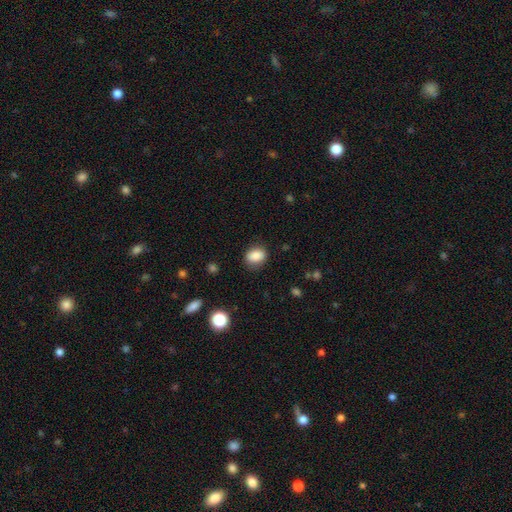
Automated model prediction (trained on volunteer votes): Q: Smooth or featured?
A: smooth (85%); runner-up: star or artifact (9%)
Q: How rounded?
A: in between (58%); runner-up: round (41%)
Q: Merging?
A: none (81%); runner-up: minor disturbance (14%)